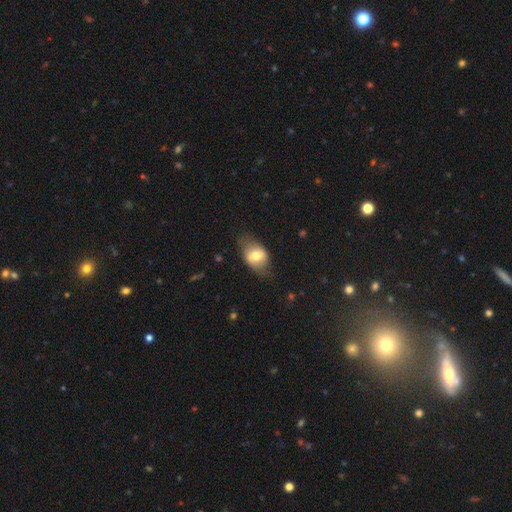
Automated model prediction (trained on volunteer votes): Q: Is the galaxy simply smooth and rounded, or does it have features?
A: smooth — 64%.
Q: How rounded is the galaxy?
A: in between — 79%.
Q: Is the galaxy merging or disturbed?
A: none — 66%.